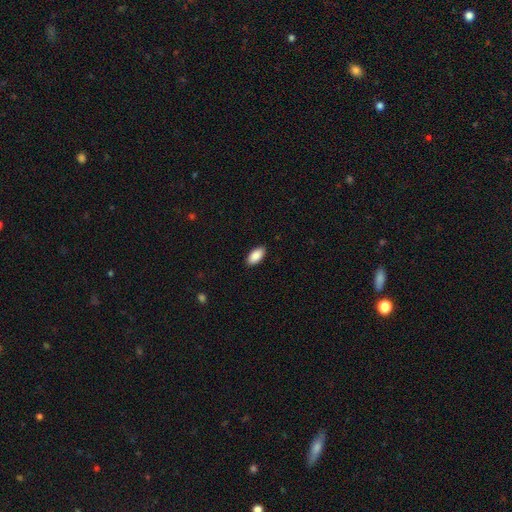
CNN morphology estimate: Smooth or featured? smooth (90%)
How rounded? in between (94%)
Merging? none (89%)